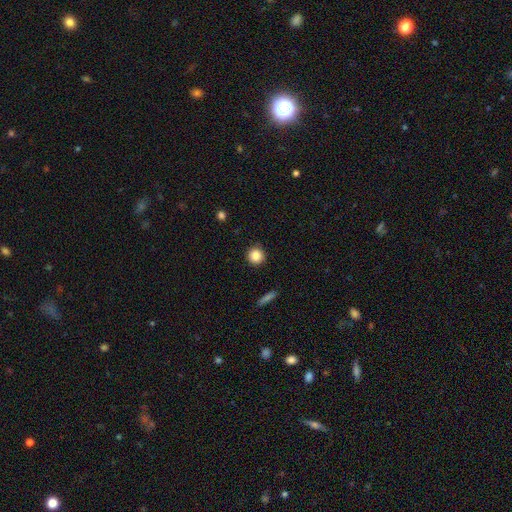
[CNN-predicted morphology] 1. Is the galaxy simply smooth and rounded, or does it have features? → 86% smooth, 9% star or artifact, 5% featured or disk.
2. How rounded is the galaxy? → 94% round, 5% in between, 1% cigar-shaped.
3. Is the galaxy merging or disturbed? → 91% none, 6% minor disturbance, 2% major disturbance, 1% merger.